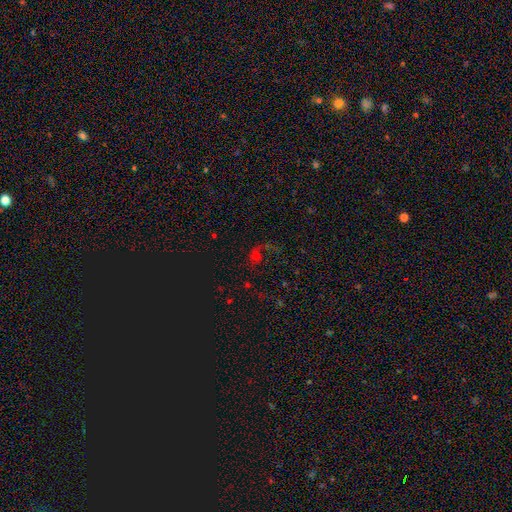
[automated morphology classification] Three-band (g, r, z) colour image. It shows a star or artifact, not a galaxy (43%).